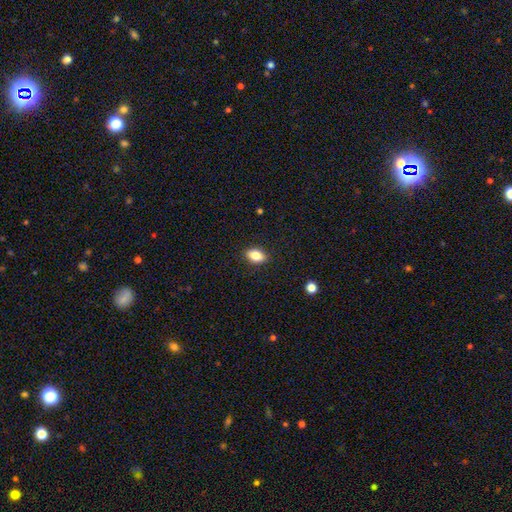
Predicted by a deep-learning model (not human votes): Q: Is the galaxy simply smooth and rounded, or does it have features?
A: smooth — 83%.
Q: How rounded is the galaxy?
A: in between — 86%.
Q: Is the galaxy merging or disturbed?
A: none — 89%.